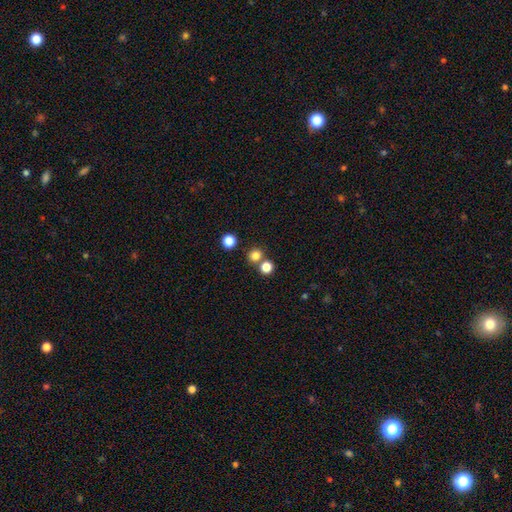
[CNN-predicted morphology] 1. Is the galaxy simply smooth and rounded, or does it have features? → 79% smooth, 15% star or artifact, 6% featured or disk.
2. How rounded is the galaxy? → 91% round, 8% in between, 1% cigar-shaped.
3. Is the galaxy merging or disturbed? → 70% none, 22% merger, 6% minor disturbance, 2% major disturbance.